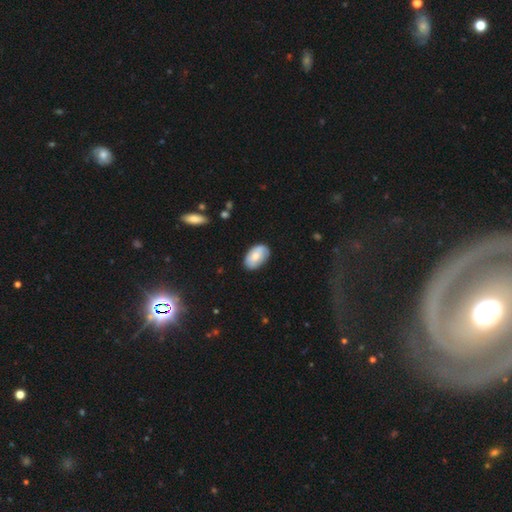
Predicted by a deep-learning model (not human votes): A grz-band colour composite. It shows a smooth galaxy with no disk features (71%) that is in between round and cigar-shaped (92%). Merging: none (77%).